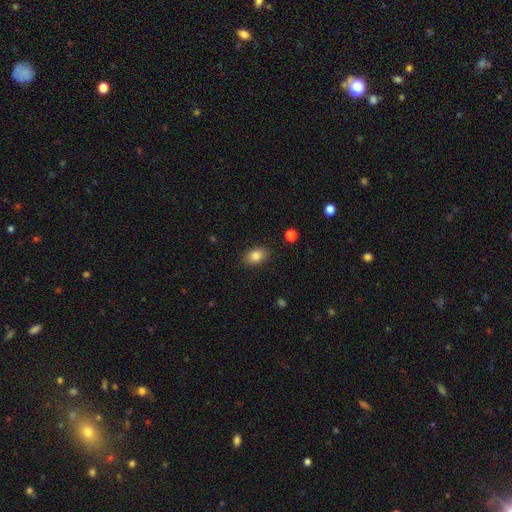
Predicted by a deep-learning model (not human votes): smooth 85%, star or artifact 9%, featured or disk 7%. Down the decision tree: how rounded — in between (84%); merging — none (87%).